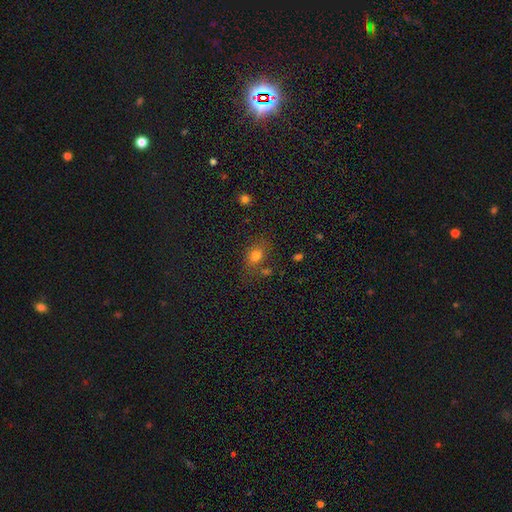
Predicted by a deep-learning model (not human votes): Q: Smooth or featured?
A: smooth (75%); runner-up: star or artifact (15%)
Q: How rounded?
A: in between (57%); runner-up: round (41%)
Q: Merging?
A: none (69%); runner-up: minor disturbance (17%)